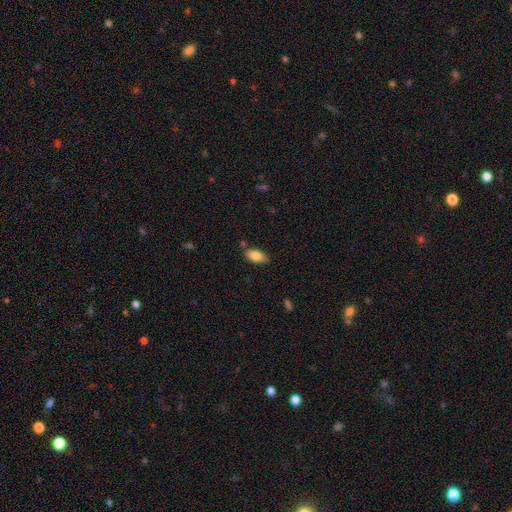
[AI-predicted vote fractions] Smooth or featured? Predicted: smooth (p=0.84). How rounded? Predicted: in between (p=0.91). Merging? Predicted: none (p=0.80).